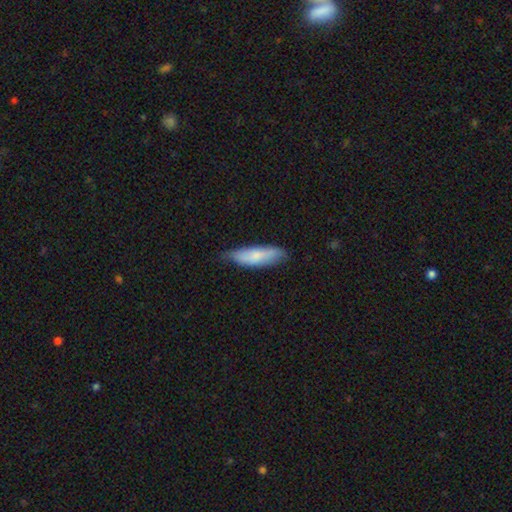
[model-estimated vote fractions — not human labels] smooth 74%, featured or disk 20%, star or artifact 6%. Down the decision tree: how rounded — cigar-shaped (53%); merging — none (65%).